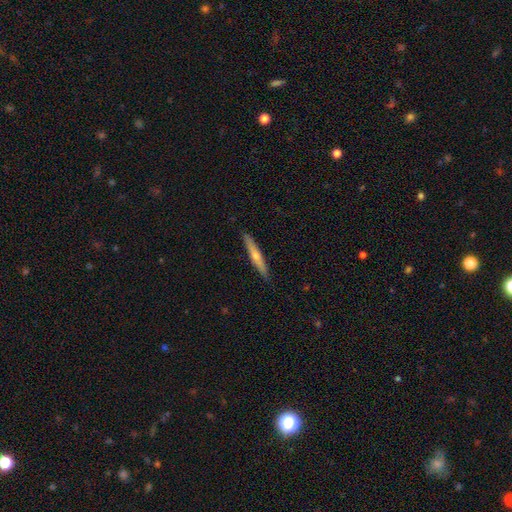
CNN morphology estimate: This is possibly a featured or disk galaxy (55%). It is clearly viewed edge-on (95%). Edge-on bulge: clearly rounded (82%). Merging: clearly none (90%).